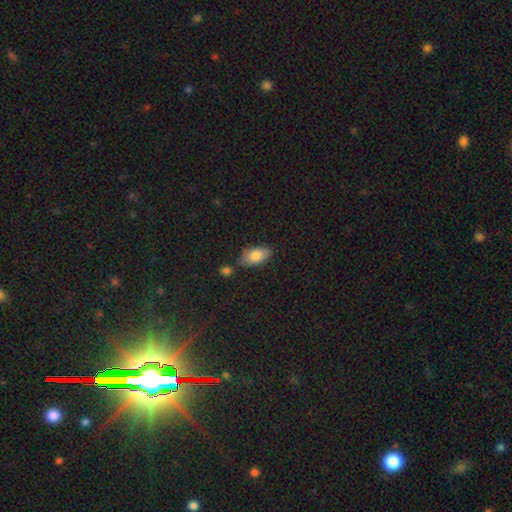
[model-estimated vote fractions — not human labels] smooth-or-featured: smooth: 83% | featured or disk: 10% | star or artifact: 7%
  how-rounded: in between: 92% | round: 4% | cigar-shaped: 3%
  merging: none: 69% | minor disturbance: 18% | merger: 8% | major disturbance: 4%